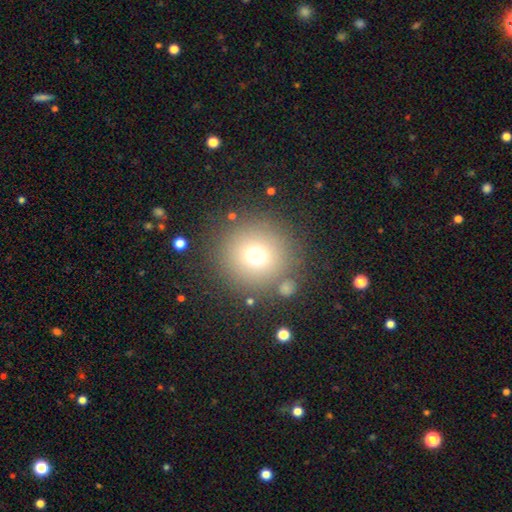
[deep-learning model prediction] A smooth galaxy with no disk features (71%) that is round (95%).

Vote fractions:
- Smooth or featured? smooth: 71% / star or artifact: 18% / featured or disk: 11%
- How rounded? round: 95% / in between: 4% / cigar-shaped: 1%
- Merging? none: 82% / minor disturbance: 8% / merger: 6% / major disturbance: 4%